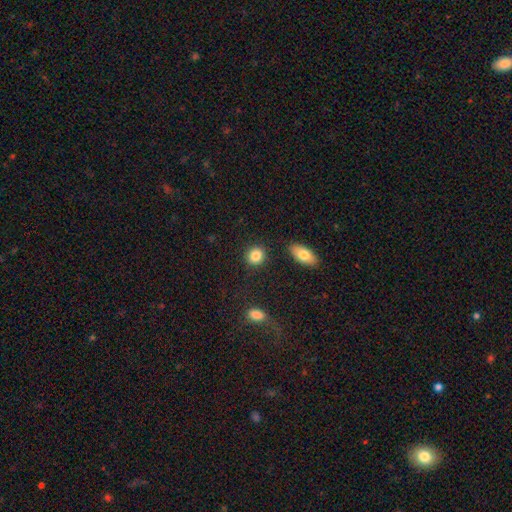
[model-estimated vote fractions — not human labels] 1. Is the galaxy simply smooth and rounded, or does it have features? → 86% smooth, 8% star or artifact, 6% featured or disk.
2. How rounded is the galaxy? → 79% round, 19% in between, 1% cigar-shaped.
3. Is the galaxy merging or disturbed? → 86% none, 8% minor disturbance, 4% merger, 3% major disturbance.